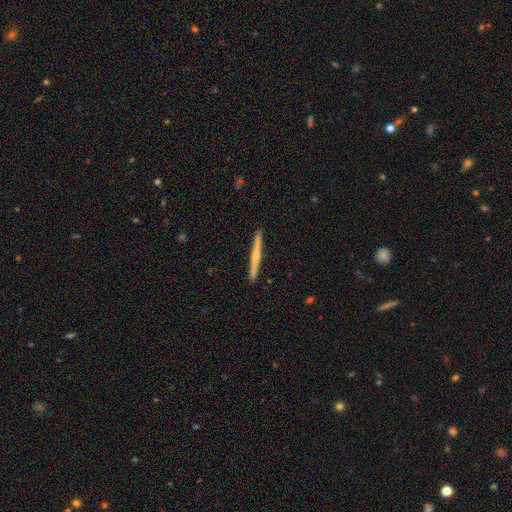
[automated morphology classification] This appears to be a featured or disk galaxy (61%) viewed edge-on (98%) with a rounded central bulge (67%). Merging: none (93%).